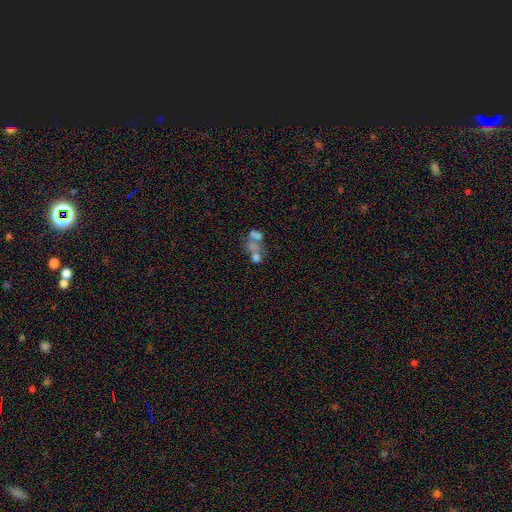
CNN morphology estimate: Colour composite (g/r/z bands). It shows a smooth galaxy with no disk features (43%). Merging: merger (53%).